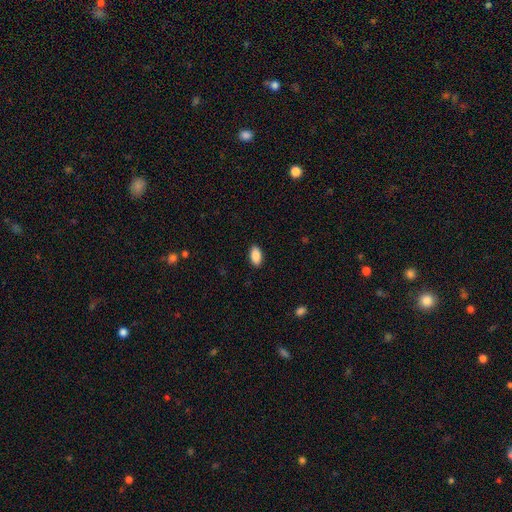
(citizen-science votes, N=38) Volunteers were most divided on "merging": none: 86%, minor disturbance: 14%, major disturbance: 0%, merger: 0%. More confident: smooth or featured — smooth (92%); how rounded — in between (91%).